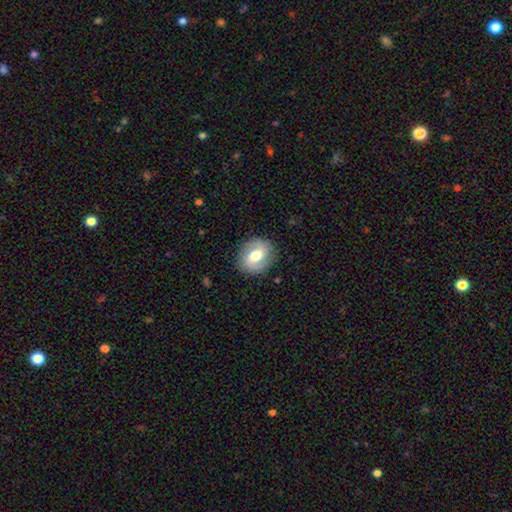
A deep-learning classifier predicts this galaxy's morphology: The model was most divided on "bar": weak: 43%, no: 34%, strong: 22%. More confident: edge-on disk — no (96%); merging — none (85%); bulge size — moderate (68%); spiral arms — yes (68%); smooth or featured — featured or disk (54%).